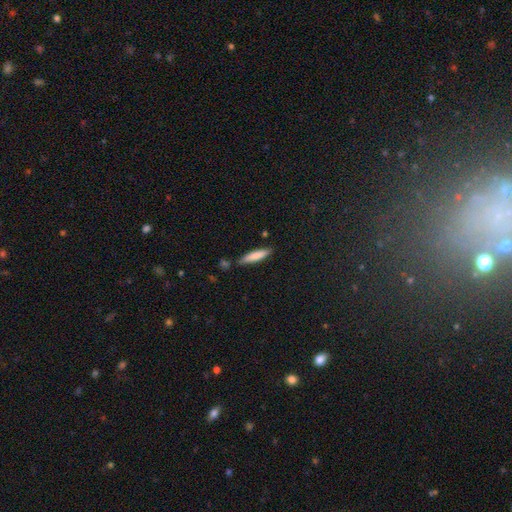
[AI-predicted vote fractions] Overall: smooth (81%). How rounded: cigar-shaped (82%). Merging: none (79%).